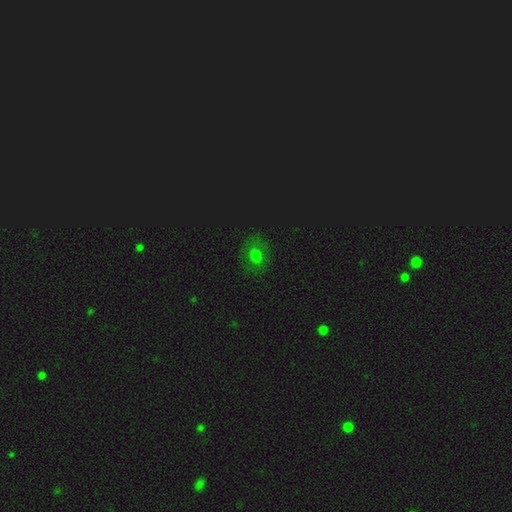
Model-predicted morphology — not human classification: This appears to be a smooth galaxy with no disk features (60%) that is round (54%). Merging: none (81%).